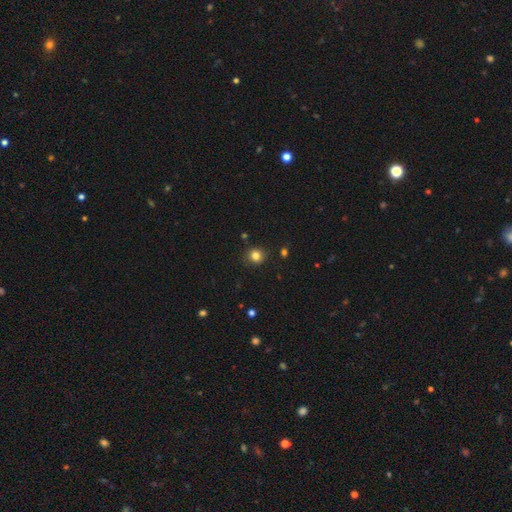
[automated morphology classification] A smooth galaxy with no disk features (82%) that is round (87%).

Vote fractions:
- Smooth or featured? smooth: 82% / star or artifact: 13% / featured or disk: 5%
- How rounded? round: 87% / in between: 12% / cigar-shaped: 1%
- Merging? none: 87% / minor disturbance: 9% / major disturbance: 2% / merger: 2%